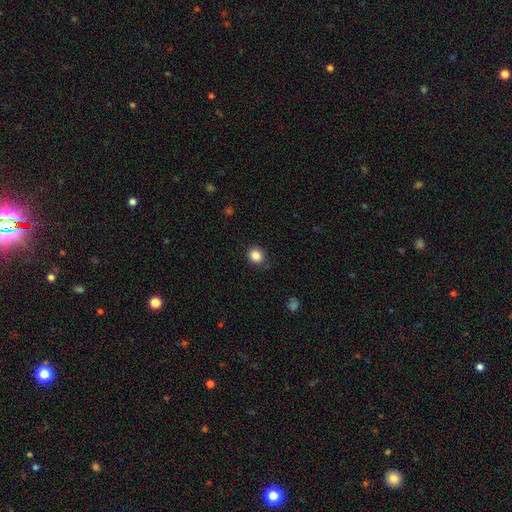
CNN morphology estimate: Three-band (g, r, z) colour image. It shows a smooth galaxy with no disk features (86%) that is round (80%). Merging: none (84%).